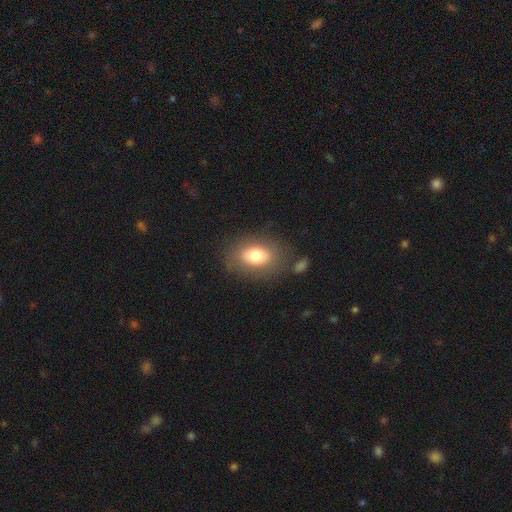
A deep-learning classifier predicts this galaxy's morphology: Smooth or featured? Predicted: smooth (p=0.76). How rounded? Predicted: in between (p=0.79). Merging? Predicted: none (p=0.76).